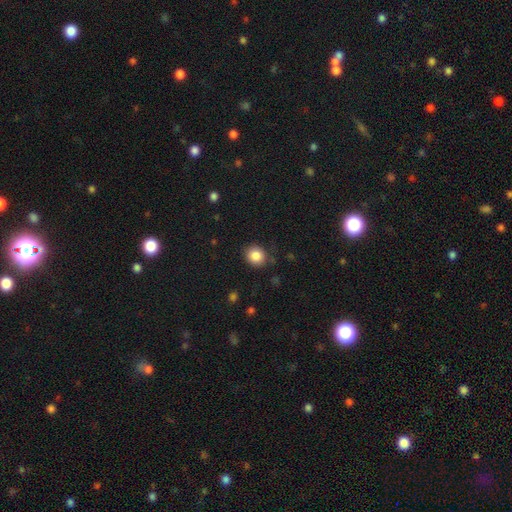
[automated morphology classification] Q: Smooth or featured?
A: smooth (85%); runner-up: star or artifact (10%)
Q: How rounded?
A: round (79%); runner-up: in between (20%)
Q: Merging?
A: none (83%); runner-up: minor disturbance (12%)